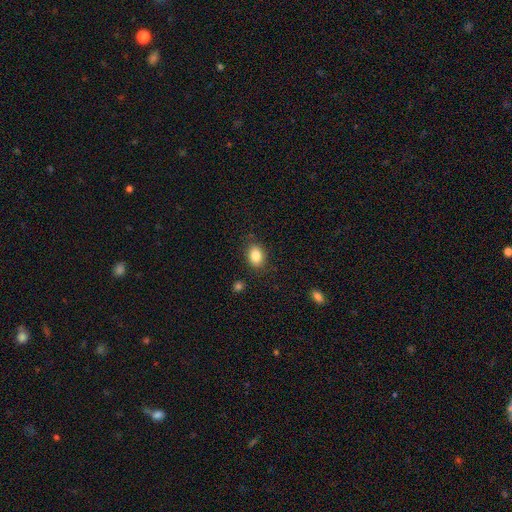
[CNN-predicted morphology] This appears to be a smooth galaxy with no disk features (84%) that is in between round and cigar-shaped (70%). Merging: none (84%).